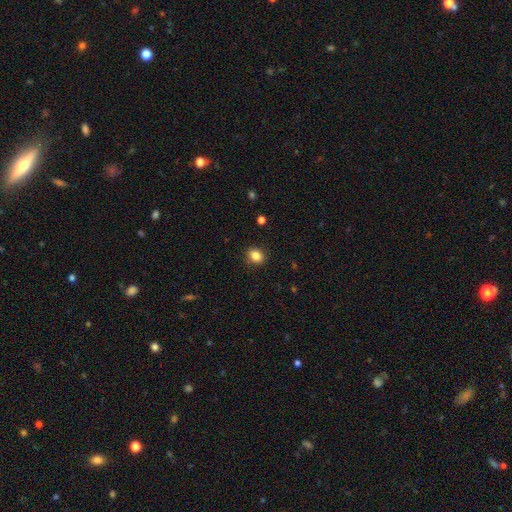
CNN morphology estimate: Smooth or featured? Predicted: smooth (p=0.85). How rounded? Predicted: round (p=0.50). Merging? Predicted: none (p=0.89).